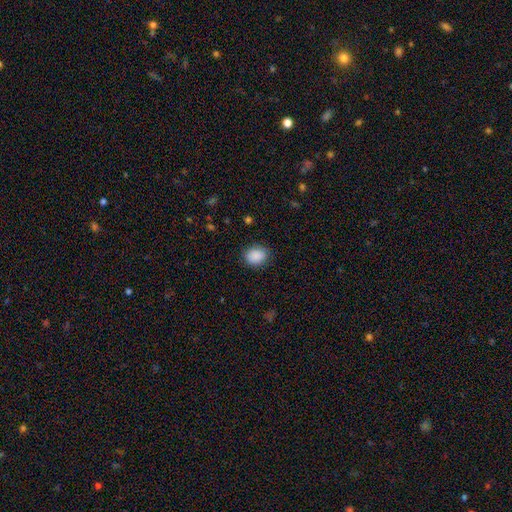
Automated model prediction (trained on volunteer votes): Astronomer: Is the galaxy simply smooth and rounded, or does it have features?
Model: smooth — 89%.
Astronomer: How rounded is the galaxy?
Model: in between — 52% (runner-up: round, 48%).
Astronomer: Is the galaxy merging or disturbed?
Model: none — 84%.